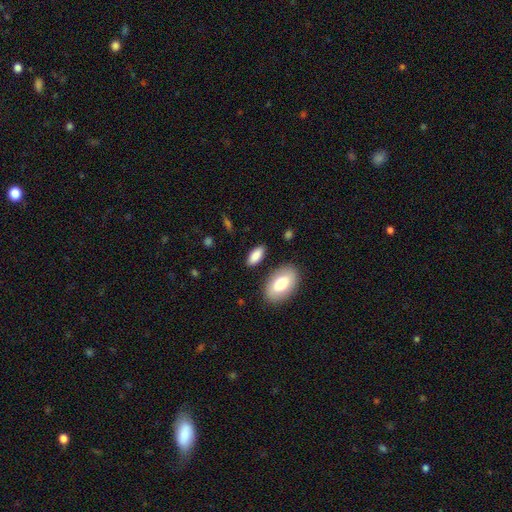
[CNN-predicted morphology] This appears to be a smooth galaxy with no disk features (85%) that is in between round and cigar-shaped (87%). Merging: none (83%).